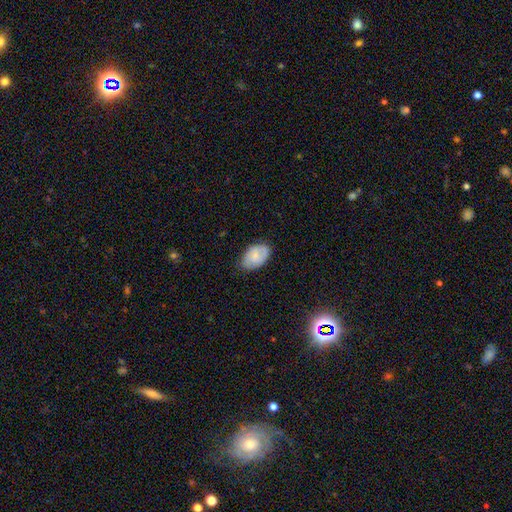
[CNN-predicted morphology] smooth_or_featured: smooth (p=0.64) [alt: featured or disk p=0.29]
how_rounded: in between (p=0.91) [alt: round p=0.08]
merging: none (p=0.71) [alt: minor disturbance p=0.24]